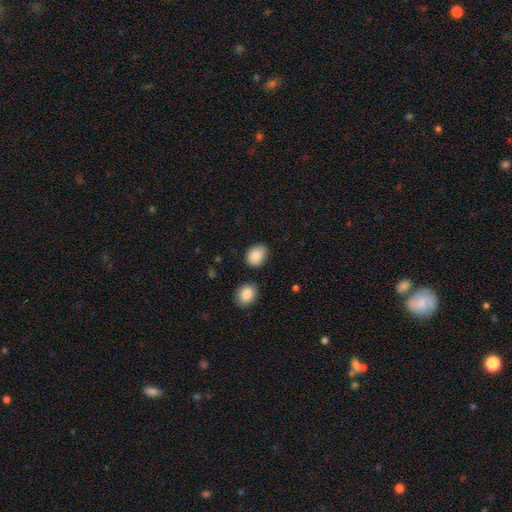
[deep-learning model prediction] A smooth galaxy with no disk features (88%) that is in between round and cigar-shaped (65%).

Vote fractions:
- Smooth or featured? smooth: 88% / star or artifact: 8% / featured or disk: 5%
- How rounded? in between: 65% / round: 34% / cigar-shaped: 1%
- Merging? none: 76% / minor disturbance: 17% / merger: 4% / major disturbance: 3%